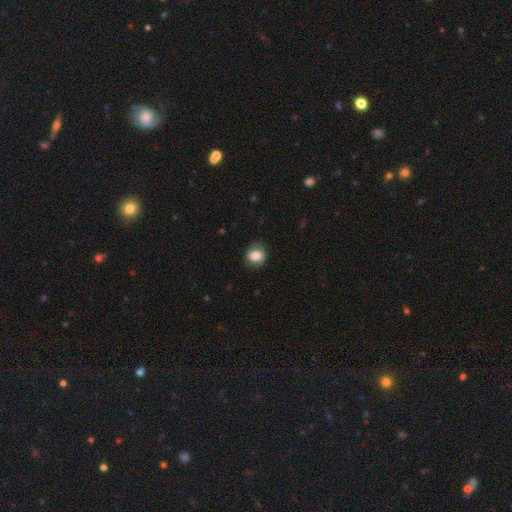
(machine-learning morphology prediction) Smooth or featured: smooth — 75% (featured or disk — 17%)
How rounded: round — 67% (in between — 32%)
Merging: none — 81% (minor disturbance — 14%)